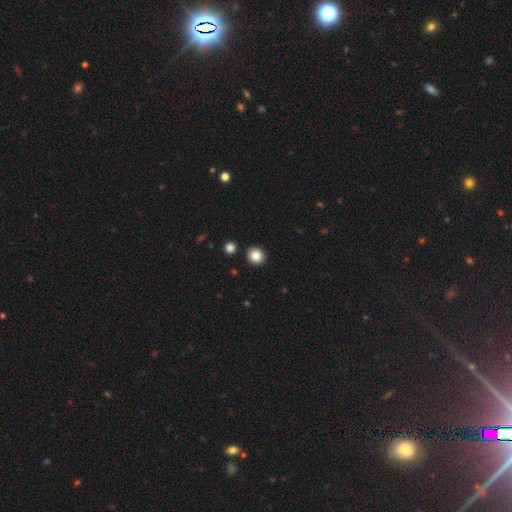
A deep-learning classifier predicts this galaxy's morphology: Smooth or featured: smooth — 86% (star or artifact — 10%)
How rounded: round — 91% (in between — 8%)
Merging: none — 91% (minor disturbance — 5%)